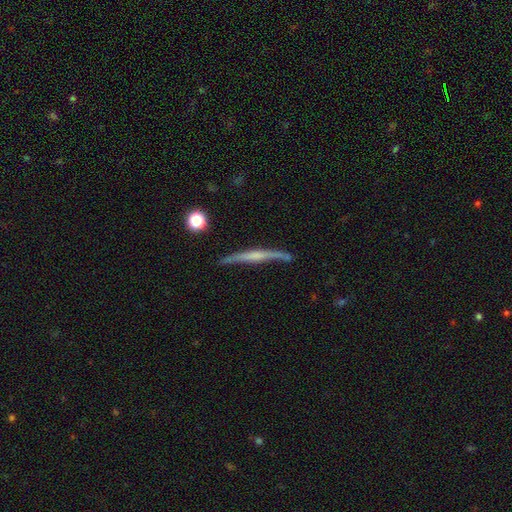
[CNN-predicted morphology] type=featured or disk (67%); edge-on=yes (96%); edge-on bulge=rounded (42%); merging=none (75%).